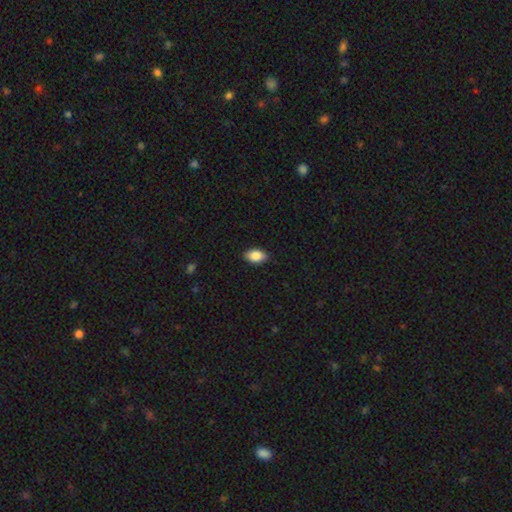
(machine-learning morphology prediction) smooth 87%, star or artifact 7%, featured or disk 6%. Down the decision tree: how rounded — in between (92%); merging — none (88%).